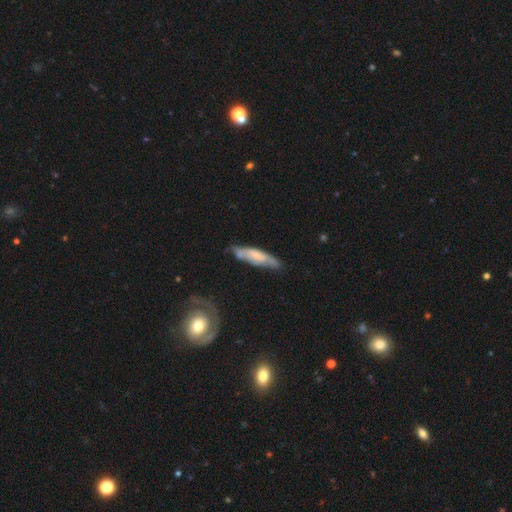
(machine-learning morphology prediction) Overall: featured or disk (52%; smooth 41%). Edge-on disk: no (58%; yes 42%). Merging: none (65%).